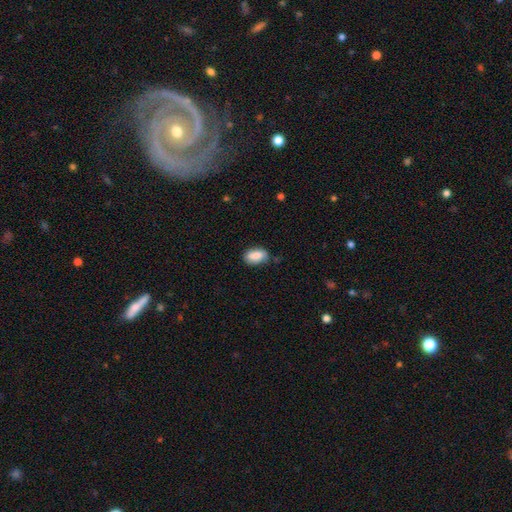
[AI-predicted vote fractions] This appears to be a smooth galaxy with no disk features (84%) that is in between round and cigar-shaped (90%). Merging: none (68%).